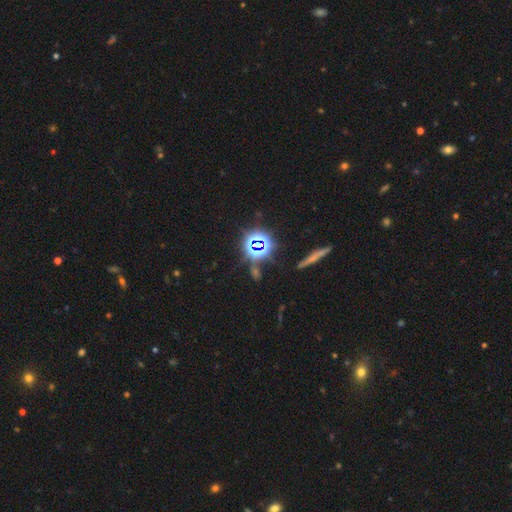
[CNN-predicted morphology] type=star or artifact (70%).